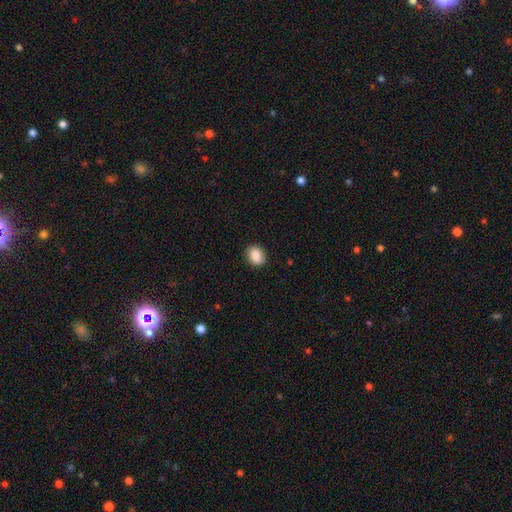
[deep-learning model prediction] A smooth galaxy with no disk features (85%) that is in between round and cigar-shaped (56%).

Vote fractions:
- Smooth or featured? smooth: 85% / star or artifact: 8% / featured or disk: 7%
- How rounded? in between: 56% / round: 43% / cigar-shaped: 1%
- Merging? none: 87% / minor disturbance: 9% / major disturbance: 2% / merger: 1%